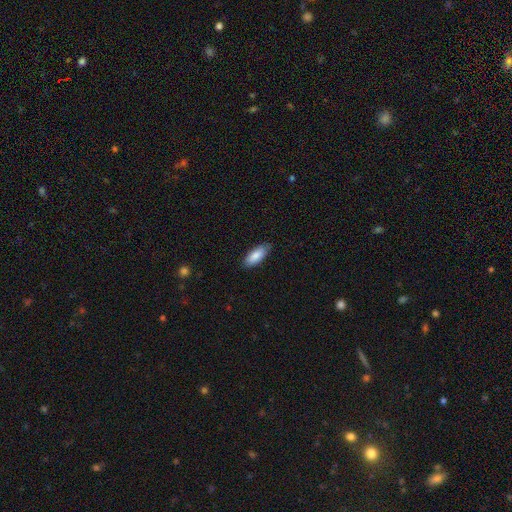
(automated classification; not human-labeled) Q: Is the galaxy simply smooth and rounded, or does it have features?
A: smooth — 86%.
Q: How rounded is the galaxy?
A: in between — 76%.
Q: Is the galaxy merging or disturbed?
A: none — 82%.